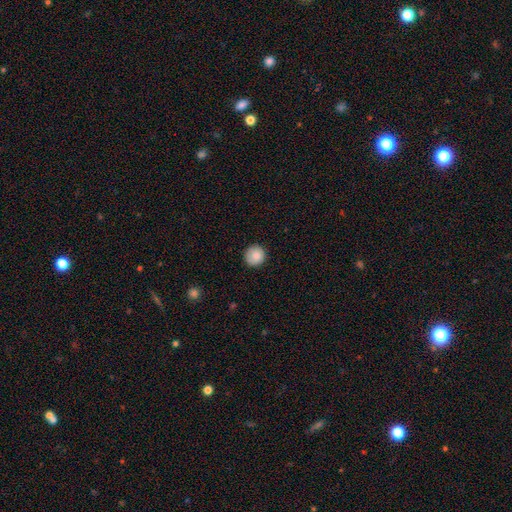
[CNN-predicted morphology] This is clearly a smooth galaxy (87%). How rounded: clearly round (94%). Merging: clearly none (88%).